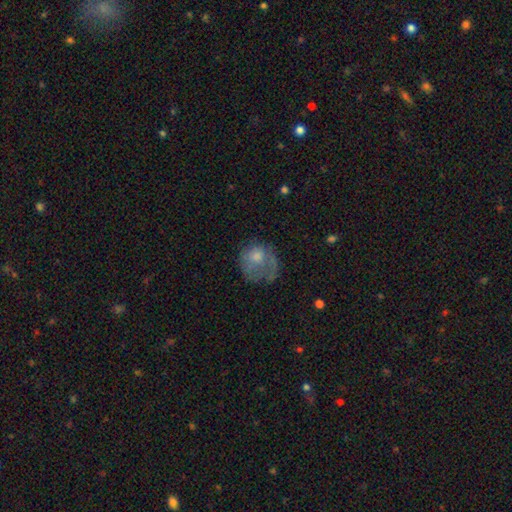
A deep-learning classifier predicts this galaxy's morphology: This is possibly a smooth galaxy (55%). How rounded: likely round (70%). Merging: marginally none (37%).